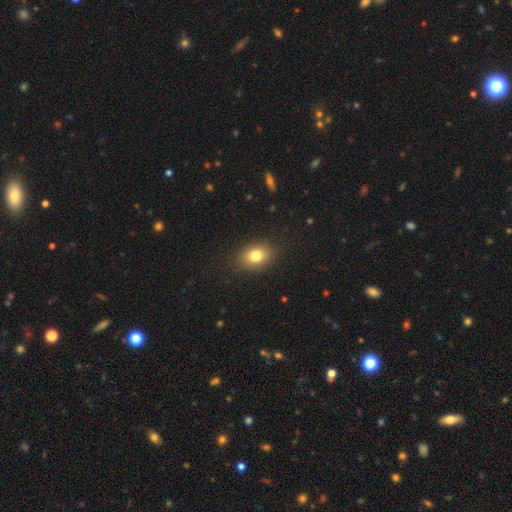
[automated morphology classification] Smooth or featured: smooth — 80% (star or artifact — 10%)
How rounded: in between — 70% (round — 29%)
Merging: none — 87% (minor disturbance — 9%)